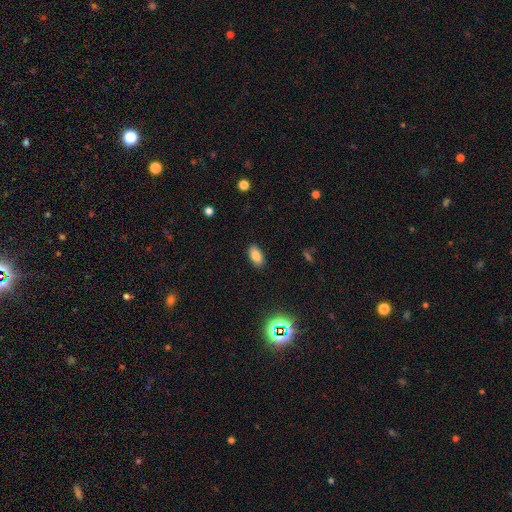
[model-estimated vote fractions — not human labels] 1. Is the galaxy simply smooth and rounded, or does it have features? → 82% smooth, 11% star or artifact, 7% featured or disk.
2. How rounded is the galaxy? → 92% in between, 5% round, 3% cigar-shaped.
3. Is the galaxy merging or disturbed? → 88% none, 9% minor disturbance, 2% major disturbance, 1% merger.